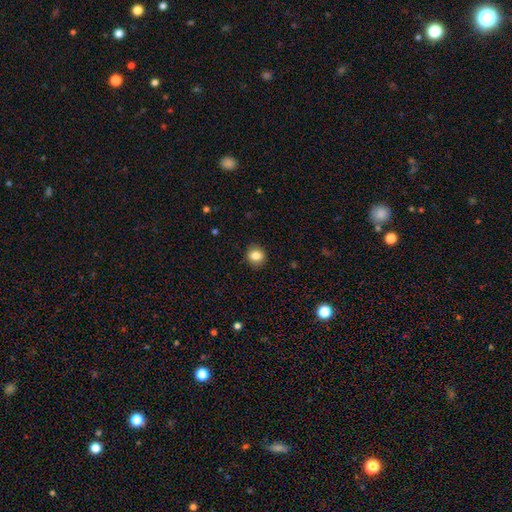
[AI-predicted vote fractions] smooth_or_featured: smooth (p=0.83) [alt: star or artifact p=0.10]
how_rounded: round (p=0.79) [alt: in between p=0.20]
merging: none (p=0.88) [alt: minor disturbance p=0.08]